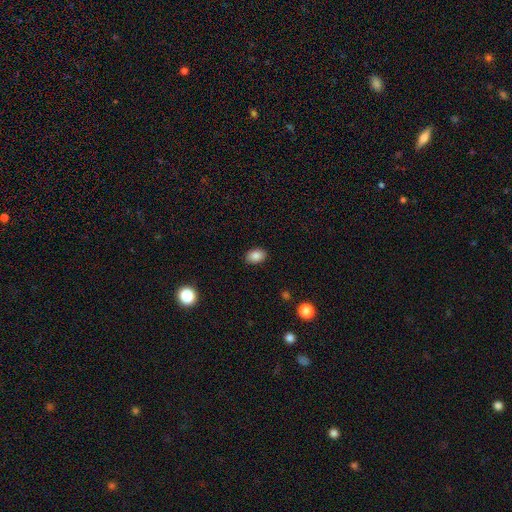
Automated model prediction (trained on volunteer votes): Smooth or featured? smooth (87%)
How rounded? in between (80%)
Merging? none (89%)